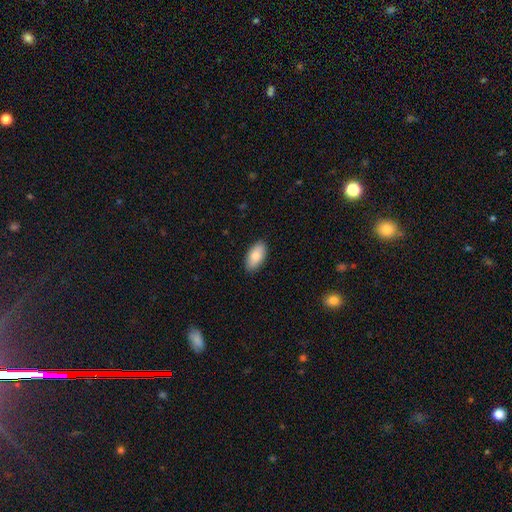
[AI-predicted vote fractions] smooth_or_featured: smooth (p=0.83) [alt: featured or disk p=0.11]
how_rounded: in between (p=0.93) [alt: cigar-shaped p=0.05]
merging: none (p=0.88) [alt: minor disturbance p=0.09]